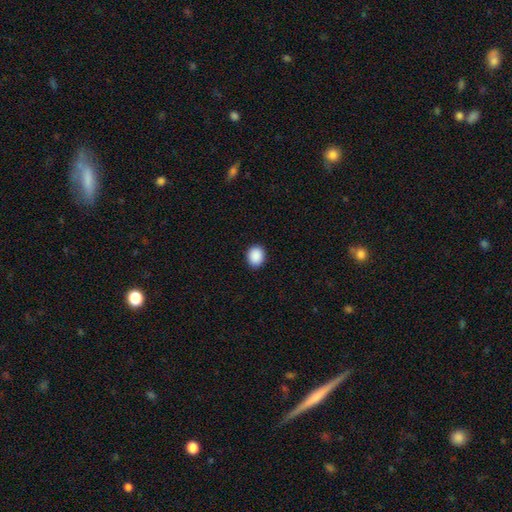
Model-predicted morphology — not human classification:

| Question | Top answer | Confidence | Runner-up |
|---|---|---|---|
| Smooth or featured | smooth | 90% | star or artifact (8%) |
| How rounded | round | 61% | in between (38%) |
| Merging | none | 91% | minor disturbance (6%) |